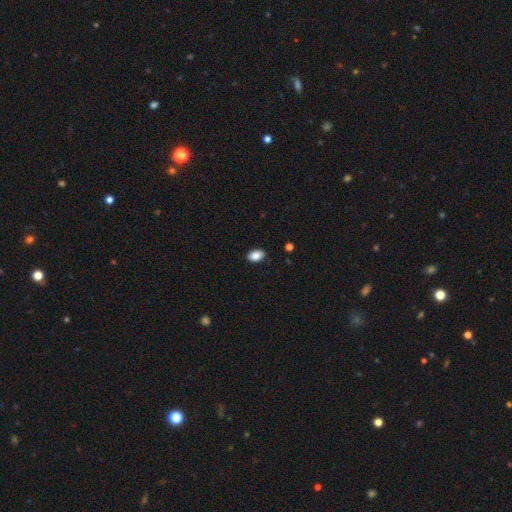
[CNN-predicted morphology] This is clearly a smooth galaxy (88%). How rounded: clearly in between (88%). Merging: clearly none (88%).